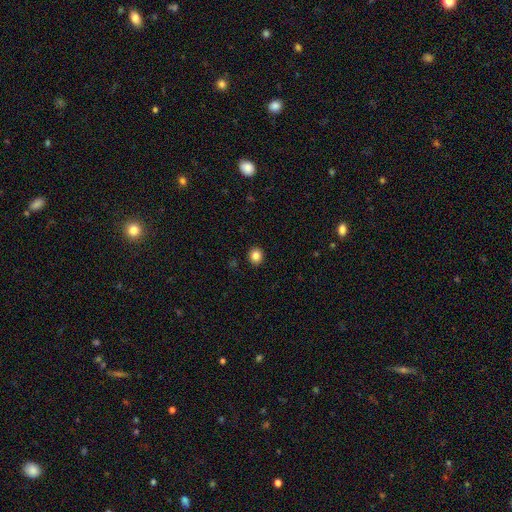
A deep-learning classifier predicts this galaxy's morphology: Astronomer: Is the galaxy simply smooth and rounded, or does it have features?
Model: smooth — 84%.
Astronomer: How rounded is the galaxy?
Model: round — 81%.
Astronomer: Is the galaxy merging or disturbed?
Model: none — 92%.